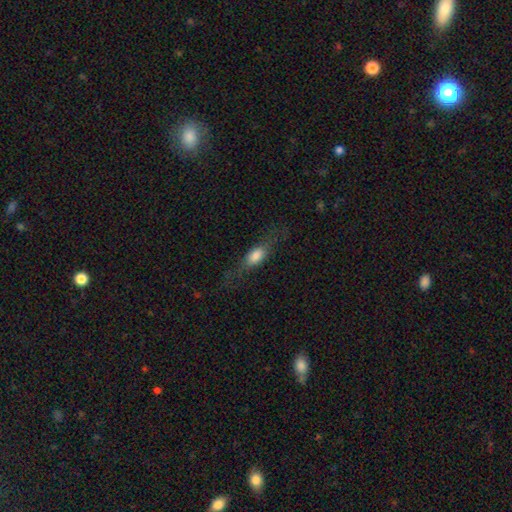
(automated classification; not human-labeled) Smooth or featured? Predicted: smooth (p=0.62). How rounded? Predicted: in between (p=0.60). Merging? Predicted: none (p=0.64).